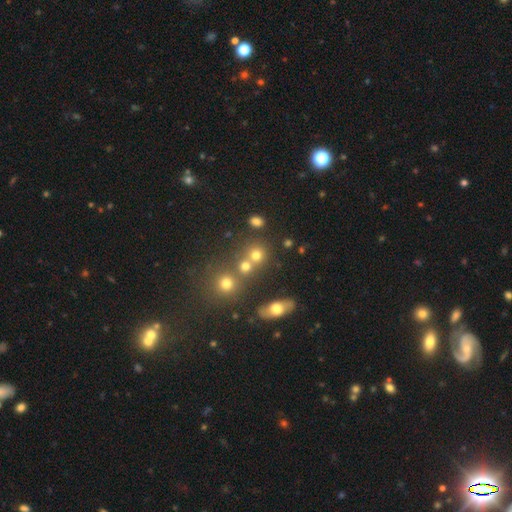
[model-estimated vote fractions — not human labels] Q: Smooth or featured?
A: smooth (65%); runner-up: star or artifact (22%)
Q: How rounded?
A: round (79%); runner-up: in between (19%)
Q: Merging?
A: none (59%); runner-up: merger (28%)